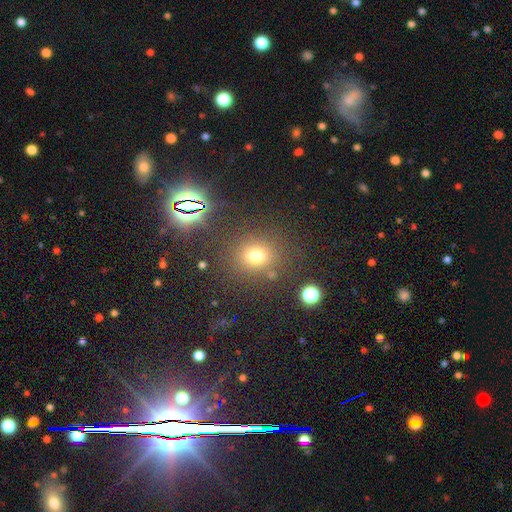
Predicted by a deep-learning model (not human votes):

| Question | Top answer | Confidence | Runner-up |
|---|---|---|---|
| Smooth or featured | smooth | 71% | star or artifact (21%) |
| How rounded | round | 76% | in between (23%) |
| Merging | none | 80% | minor disturbance (10%) |